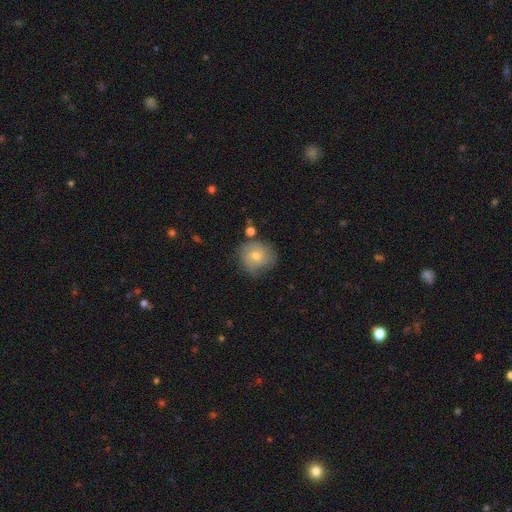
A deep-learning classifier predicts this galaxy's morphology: The model was most divided on "smooth or featured": smooth: 47%, featured or disk: 43%, star or artifact: 10%. More confident: merging — none (65%).